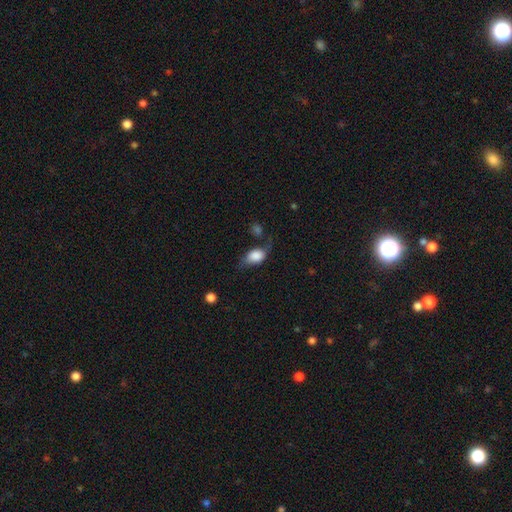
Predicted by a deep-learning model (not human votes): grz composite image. It shows a smooth galaxy with no disk features (71%) that is in between round and cigar-shaped (82%). Merging: none (38%).